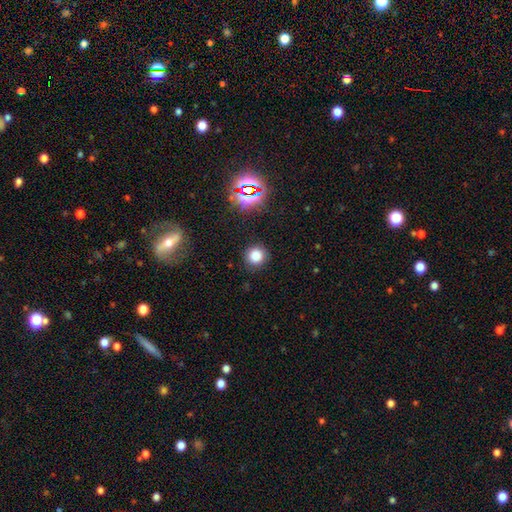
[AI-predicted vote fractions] Smooth or featured?
  - smooth: 78% *
  - star or artifact: 17%
  - featured or disk: 5%
How rounded?
  - round: 91% *
  - in between: 8%
  - cigar-shaped: 1%
Merging?
  - none: 87% *
  - minor disturbance: 8%
  - major disturbance: 3%
  - merger: 1%